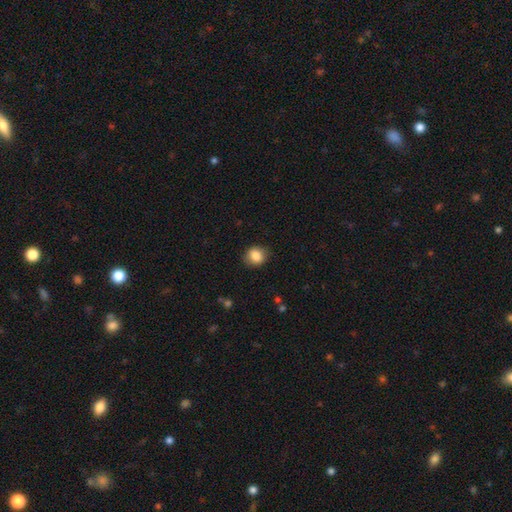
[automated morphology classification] smooth_or_featured: smooth (p=0.86) [alt: star or artifact p=0.08]
how_rounded: round (p=0.73) [alt: in between p=0.26]
merging: none (p=0.83) [alt: minor disturbance p=0.13]